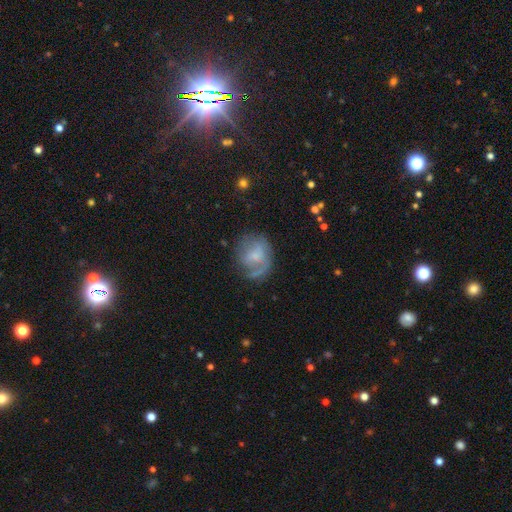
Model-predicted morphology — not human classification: smooth-or-featured: featured or disk: 50% | smooth: 41% | star or artifact: 9%
  disk-edge-on: no: 97% | yes: 3%
  merging: none: 51% | minor disturbance: 24% | major disturbance: 22% | merger: 3%